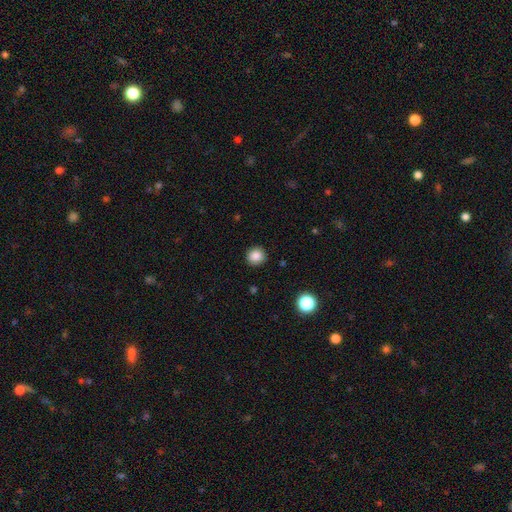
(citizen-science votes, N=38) Smooth or featured? 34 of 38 (89%) said smooth. How rounded? 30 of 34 (88%) said round. Merging? 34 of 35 (97%) said none.